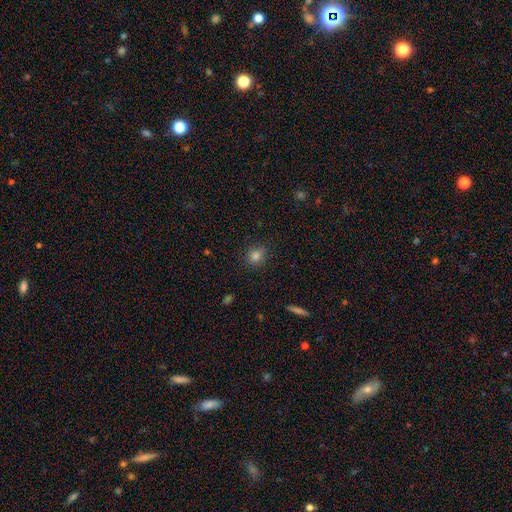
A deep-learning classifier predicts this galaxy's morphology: This is clearly a smooth galaxy (82%). How rounded: likely round (75%). Merging: clearly none (85%).